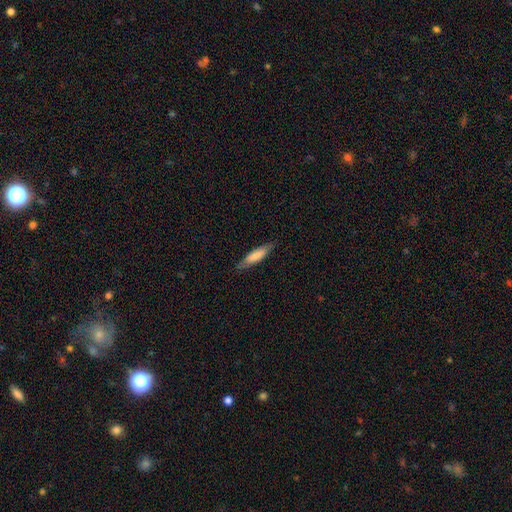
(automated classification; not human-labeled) Smooth or featured? smooth (75%)
How rounded? cigar-shaped (71%)
Merging? none (83%)